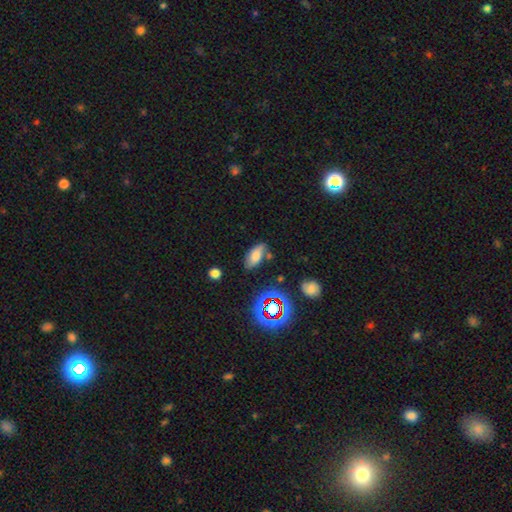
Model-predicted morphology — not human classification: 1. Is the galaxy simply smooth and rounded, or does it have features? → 67% smooth, 18% featured or disk, 15% star or artifact.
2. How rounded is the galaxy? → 88% in between, 8% cigar-shaped, 4% round.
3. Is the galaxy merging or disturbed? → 68% none, 22% minor disturbance, 5% major disturbance, 5% merger.